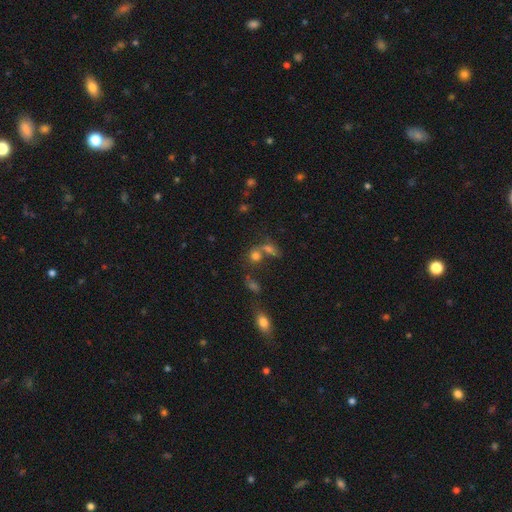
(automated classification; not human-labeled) Smooth or featured: smooth — 70% (star or artifact — 17%)
How rounded: round — 63% (in between — 34%)
Merging: merger — 43% (none — 40%)